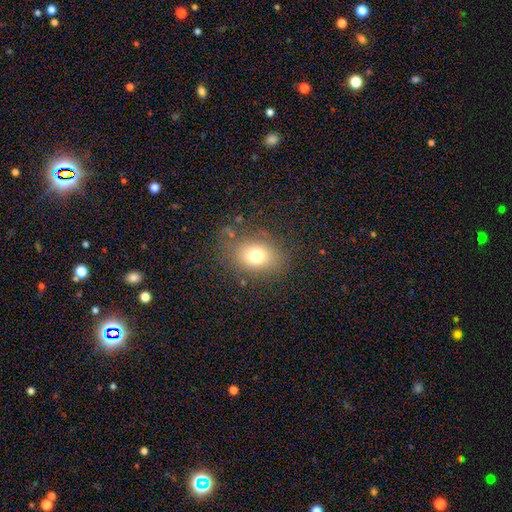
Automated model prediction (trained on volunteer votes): A smooth galaxy with no disk features (74%) that is in between round and cigar-shaped (61%).

Vote fractions:
- Smooth or featured? smooth: 74% / star or artifact: 13% / featured or disk: 13%
- How rounded? in between: 61% / round: 38% / cigar-shaped: 1%
- Merging? none: 75% / minor disturbance: 15% / major disturbance: 8% / merger: 2%